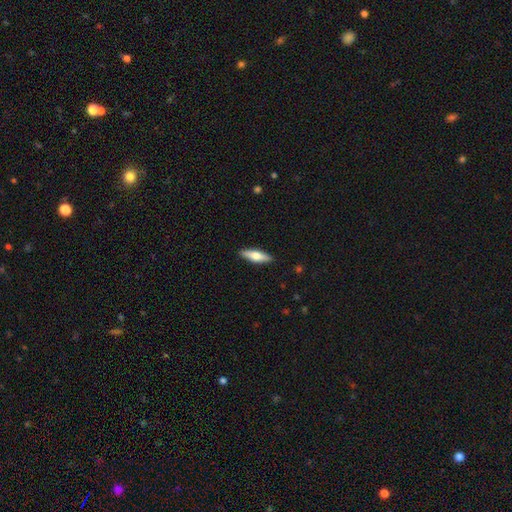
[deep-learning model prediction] Overall: smooth (55%; featured or disk 39%). How rounded: cigar-shaped (60%; in between 37%). Merging: none (90%).